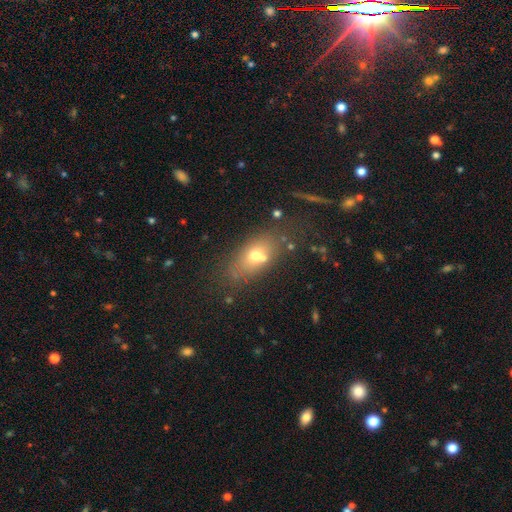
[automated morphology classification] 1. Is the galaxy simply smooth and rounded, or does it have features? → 64% smooth, 23% featured or disk, 13% star or artifact.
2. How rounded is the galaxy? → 75% in between, 19% round, 6% cigar-shaped.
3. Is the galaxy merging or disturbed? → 61% none, 19% merger, 14% minor disturbance, 7% major disturbance.